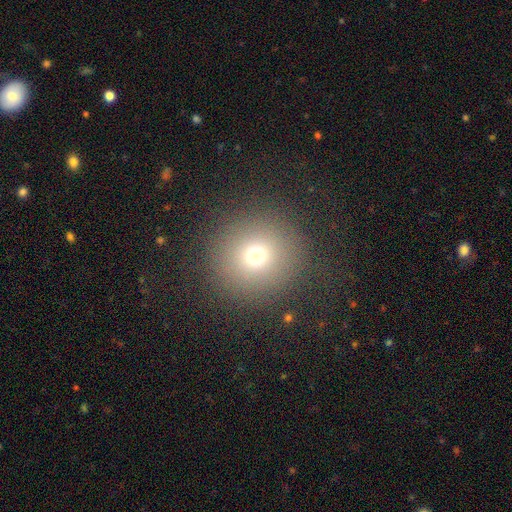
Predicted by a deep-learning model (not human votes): This is likely a smooth galaxy (71%). How rounded: clearly round (94%). Merging: clearly none (88%).